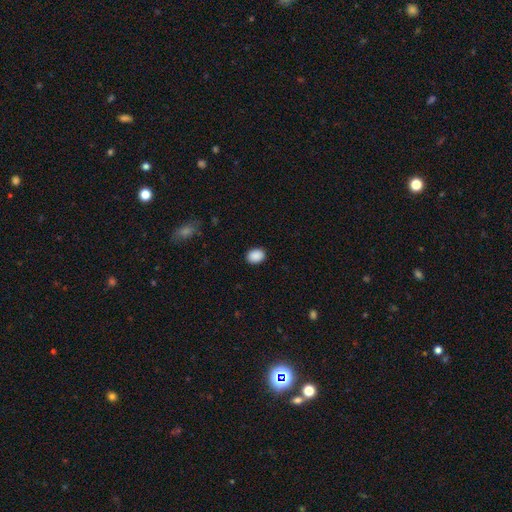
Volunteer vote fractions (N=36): smooth 92%, star or artifact 6%, featured or disk 3%. Down the decision tree: how rounded — in between (76%); merging — none (94%).